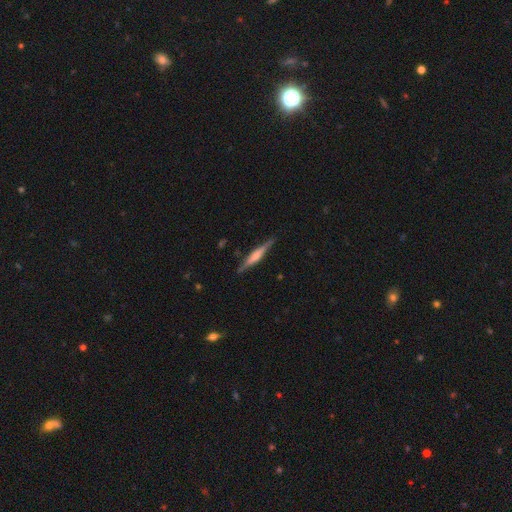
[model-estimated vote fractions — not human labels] This appears to be a featured or disk galaxy (65%) viewed edge-on (97%) with a rounded central bulge (62%). Merging: none (87%).